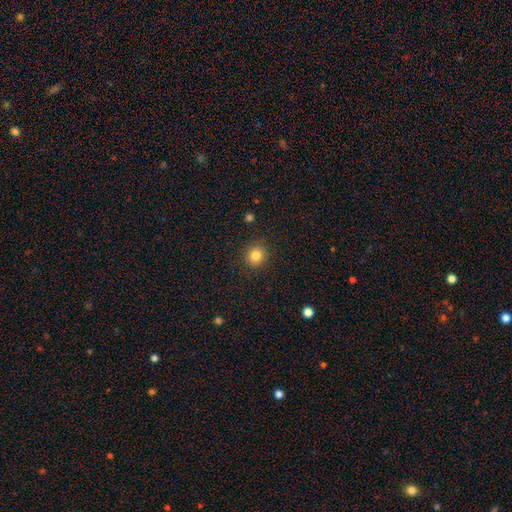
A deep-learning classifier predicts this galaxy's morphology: The model was most divided on "smooth or featured": smooth: 83%, star or artifact: 12%, featured or disk: 5%. More confident: how rounded — round (91%); merging — none (91%).